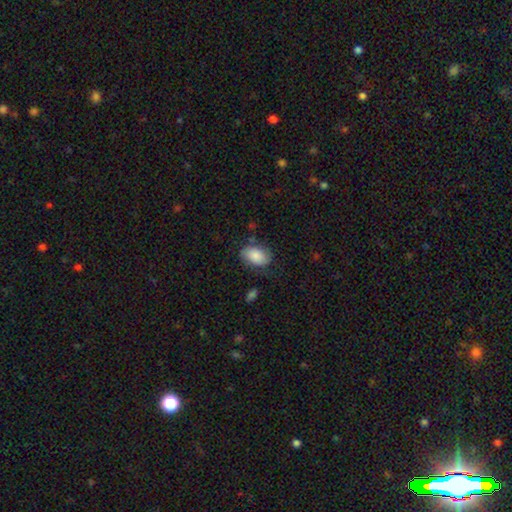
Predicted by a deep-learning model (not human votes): This is clearly a smooth galaxy (82%). How rounded: clearly in between (87%). Merging: likely none (68%).